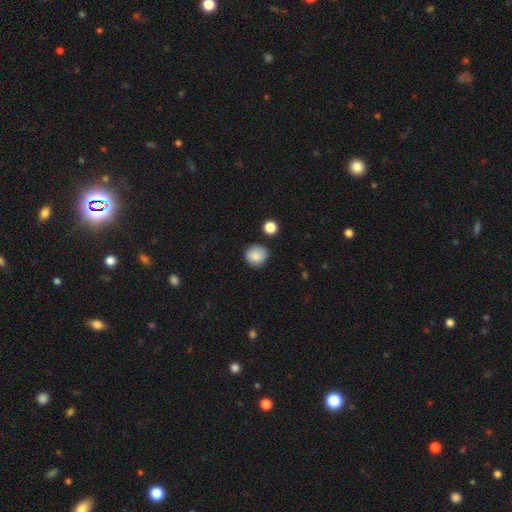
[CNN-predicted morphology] This is clearly a smooth galaxy (86%). How rounded: clearly round (90%). Merging: clearly none (81%).